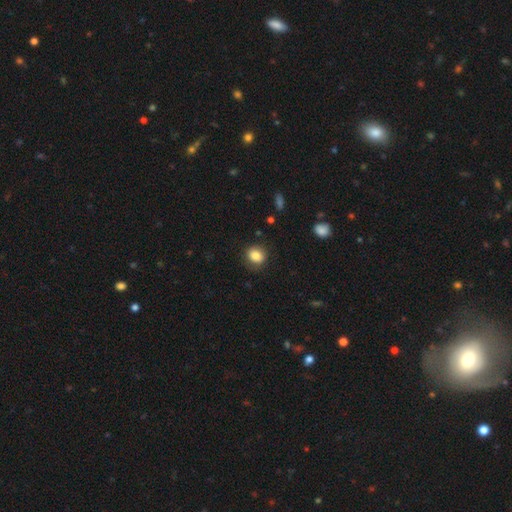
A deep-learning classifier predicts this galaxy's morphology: A smooth galaxy with no disk features (83%) that is round (63%).

Vote fractions:
- Smooth or featured? smooth: 83% / star or artifact: 9% / featured or disk: 7%
- How rounded? round: 63% / in between: 36% / cigar-shaped: 1%
- Merging? none: 82% / minor disturbance: 13% / major disturbance: 4% / merger: 1%